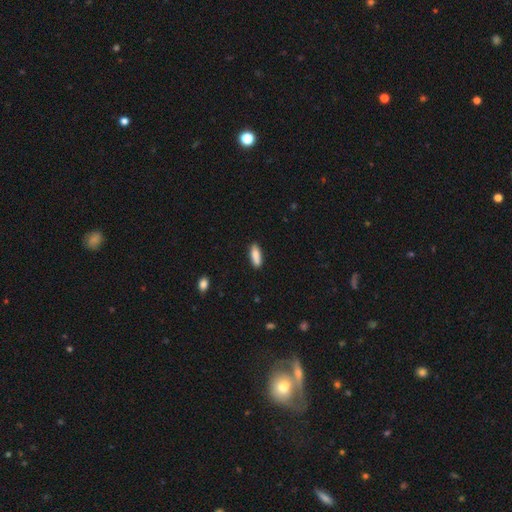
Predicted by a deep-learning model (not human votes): Morphology: type=smooth (86%); roundness=in between (55%); merging=none (86%).